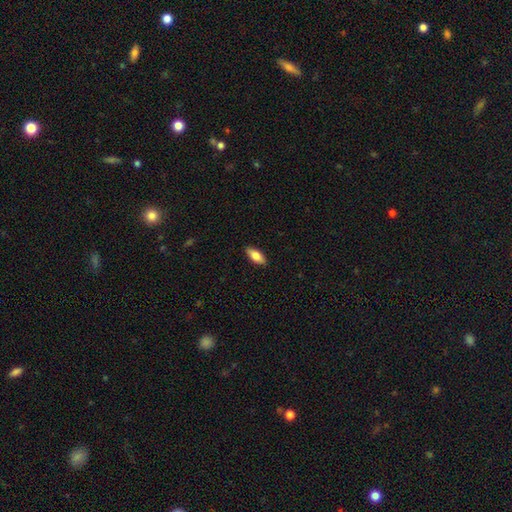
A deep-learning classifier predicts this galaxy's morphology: Smooth or featured? smooth (75%)
How rounded? in between (79%)
Merging? none (89%)